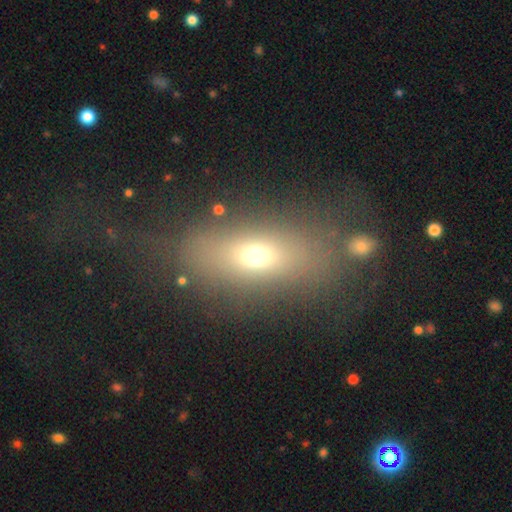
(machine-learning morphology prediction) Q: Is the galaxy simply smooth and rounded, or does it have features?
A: smooth — 61%.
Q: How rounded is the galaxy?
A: in between — 72%.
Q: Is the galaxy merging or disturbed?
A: none — 63%.